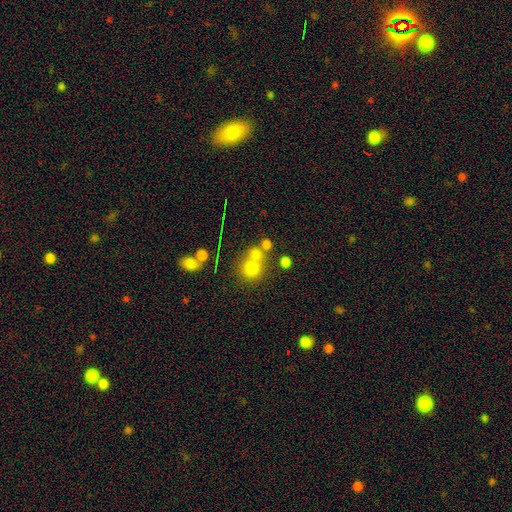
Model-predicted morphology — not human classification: This appears to be a smooth galaxy with no disk features (69%) that is round (86%). Merging: none (50%).